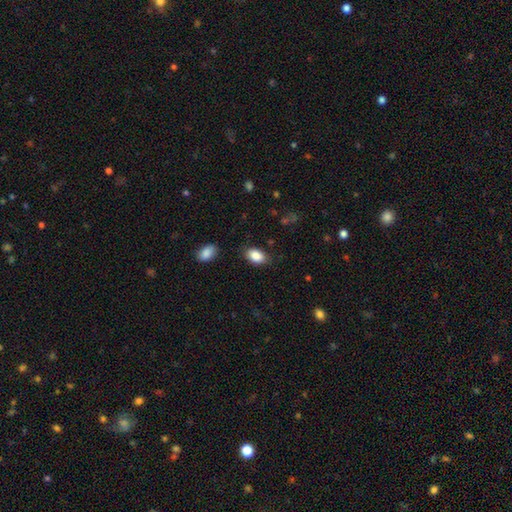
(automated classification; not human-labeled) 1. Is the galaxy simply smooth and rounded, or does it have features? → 88% smooth, 7% star or artifact, 5% featured or disk.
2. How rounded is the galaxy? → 89% in between, 10% round, 1% cigar-shaped.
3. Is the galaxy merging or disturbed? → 80% none, 15% minor disturbance, 4% major disturbance, 2% merger.